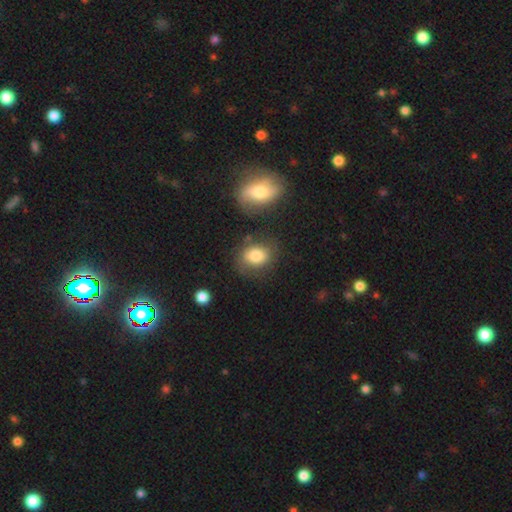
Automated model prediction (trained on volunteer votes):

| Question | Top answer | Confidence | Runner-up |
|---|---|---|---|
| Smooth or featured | smooth | 79% | featured or disk (12%) |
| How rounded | in between | 64% | round (35%) |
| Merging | none | 65% | minor disturbance (20%) |